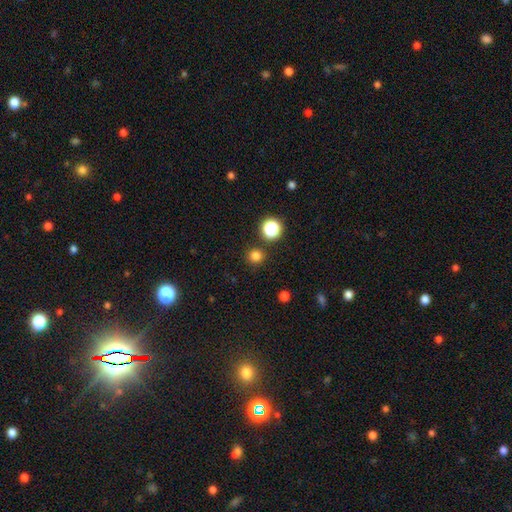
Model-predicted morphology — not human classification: This is likely a smooth galaxy (78%). How rounded: clearly round (94%). Merging: clearly none (89%).